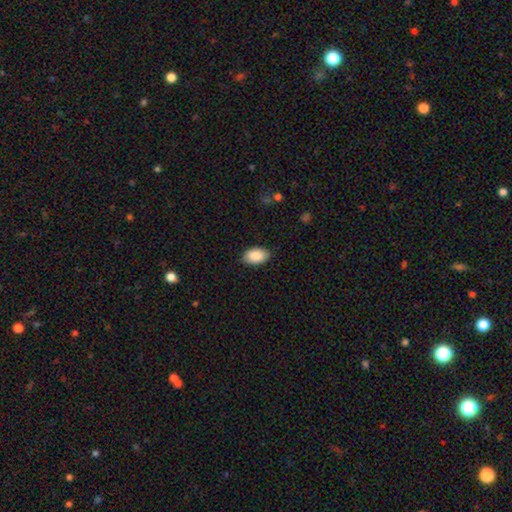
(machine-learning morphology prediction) A smooth galaxy with no disk features (88%) that is in between round and cigar-shaped (94%). Merging: none (86%).